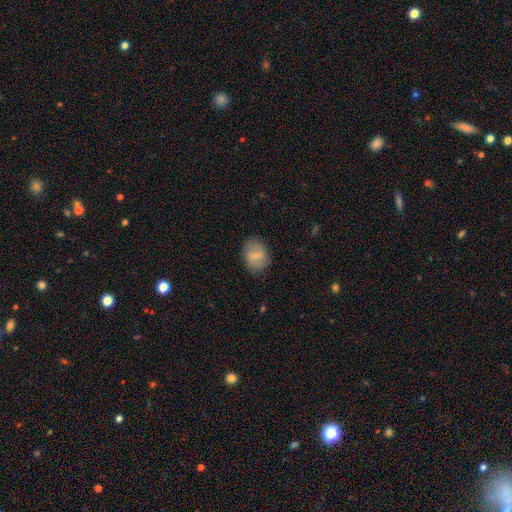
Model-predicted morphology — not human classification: smooth_or_featured: smooth (p=0.65) [alt: featured or disk p=0.27]
how_rounded: in between (p=0.61) [alt: round p=0.37]
merging: none (p=0.79) [alt: minor disturbance p=0.15]